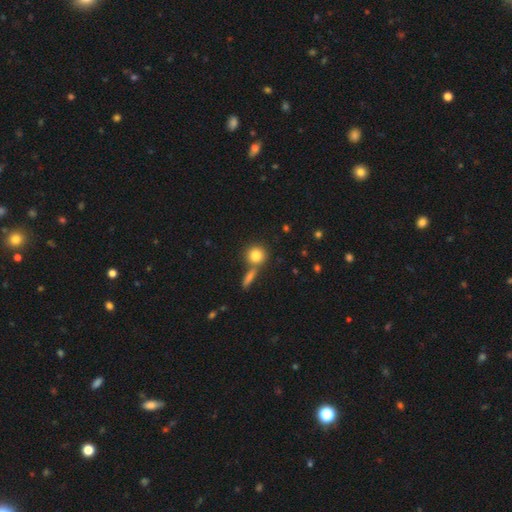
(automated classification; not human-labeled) The model was most divided on "merging": none: 64%, merger: 24%, minor disturbance: 9%, major disturbance: 3%. More confident: how rounded — round (86%); smooth or featured — smooth (82%).